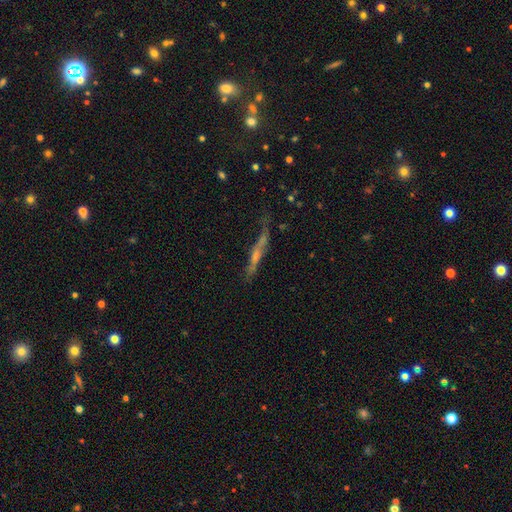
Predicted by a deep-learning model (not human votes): Smooth or featured? featured or disk (56%)
Edge-on disk? yes (79%)
Merging? none (53%)